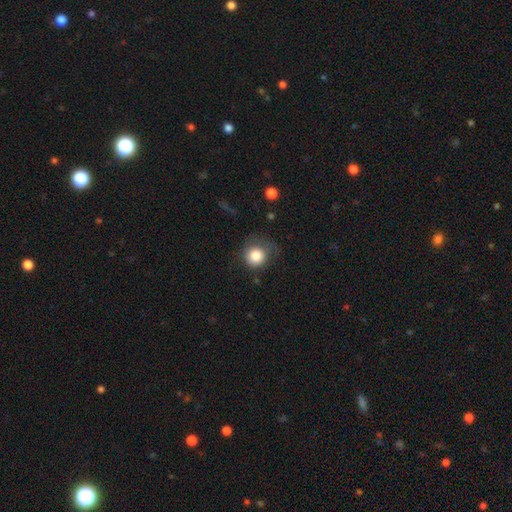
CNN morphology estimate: This appears to be a smooth galaxy with no disk features (83%) that is round (89%). Merging: none (59%).